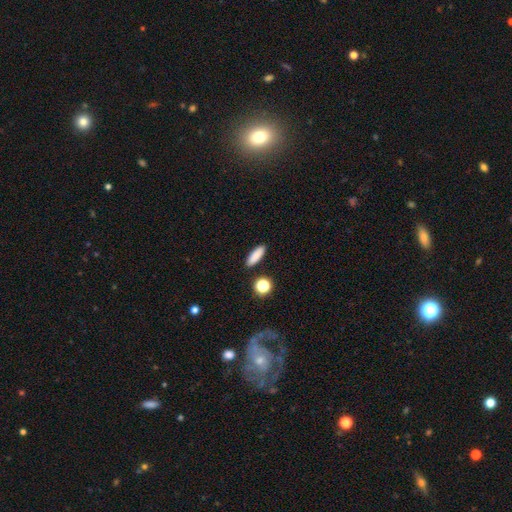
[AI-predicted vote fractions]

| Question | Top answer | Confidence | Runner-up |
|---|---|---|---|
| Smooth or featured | smooth | 85% | star or artifact (9%) |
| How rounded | in between | 51% | cigar-shaped (44%) |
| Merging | none | 88% | minor disturbance (7%) |